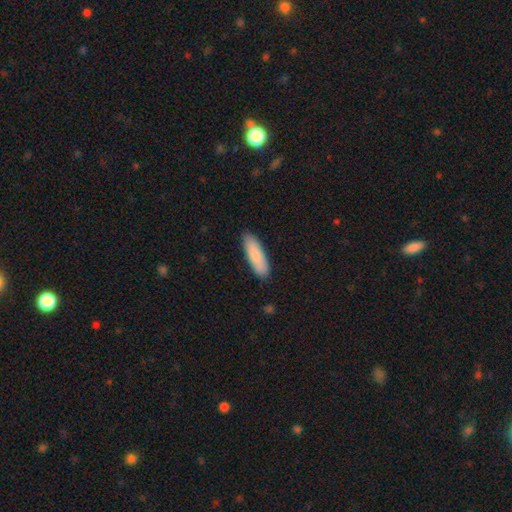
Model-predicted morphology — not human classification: Q: Smooth or featured?
A: smooth (85%); runner-up: featured or disk (9%)
Q: How rounded?
A: cigar-shaped (53%); runner-up: in between (45%)
Q: Merging?
A: none (86%); runner-up: minor disturbance (11%)